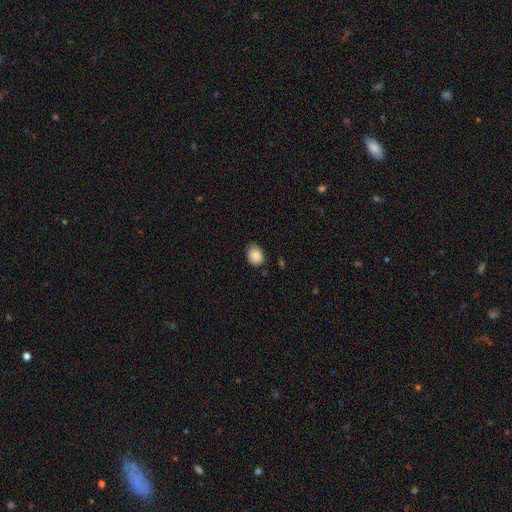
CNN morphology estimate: The model was most divided on "how rounded": in between: 59%, round: 40%, cigar-shaped: 1%. More confident: smooth or featured — smooth (85%); merging — none (76%).